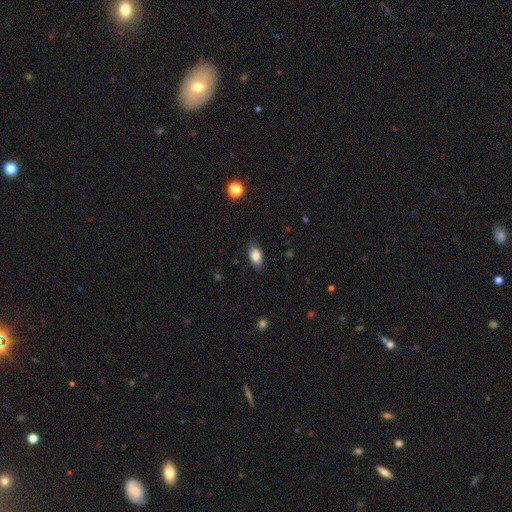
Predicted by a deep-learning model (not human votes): Morphology: type=smooth (85%); roundness=in between (91%); merging=none (82%).